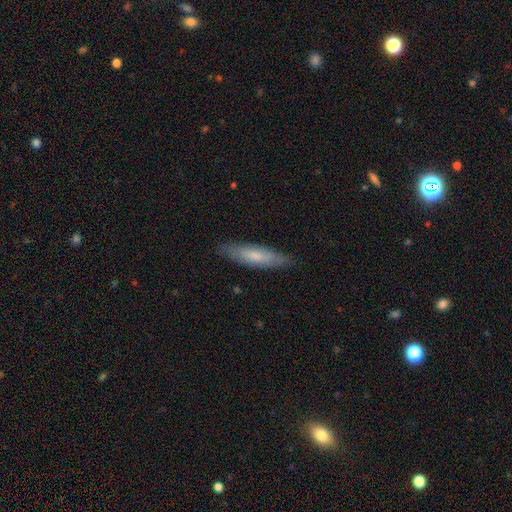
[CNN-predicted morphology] Overall: smooth (62%; featured or disk 32%). How rounded: cigar-shaped (70%). Merging: none (84%).